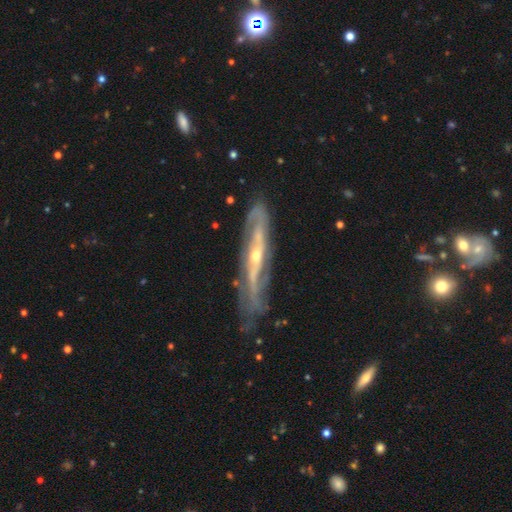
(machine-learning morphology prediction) This is clearly a featured or disk galaxy (85%). It is possibly not viewed edge-on (56%). Merging: likely none (70%).